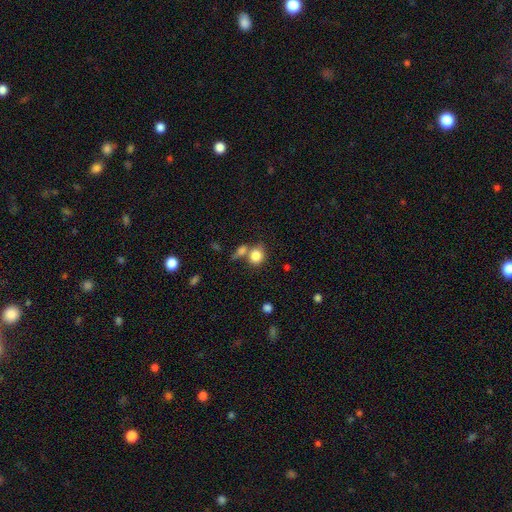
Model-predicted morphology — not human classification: Smooth or featured?
  - smooth: 83% *
  - star or artifact: 9%
  - featured or disk: 8%
How rounded?
  - round: 73% *
  - in between: 26%
  - cigar-shaped: 1%
Merging?
  - none: 49% *
  - merger: 33%
  - minor disturbance: 12%
  - major disturbance: 5%